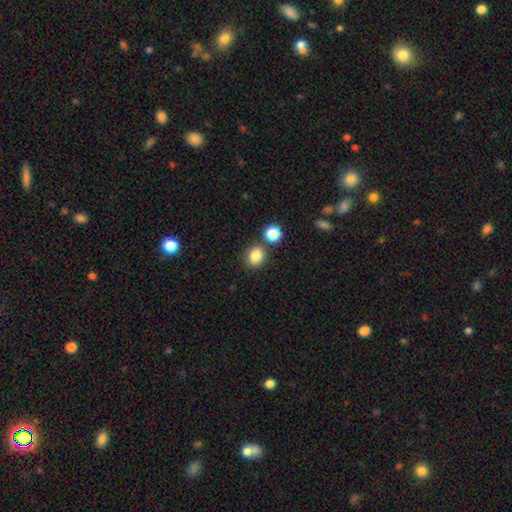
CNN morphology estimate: Smooth or featured: smooth — 84% (star or artifact — 11%)
How rounded: round — 52% (in between — 47%)
Merging: none — 73% (merger — 13%)